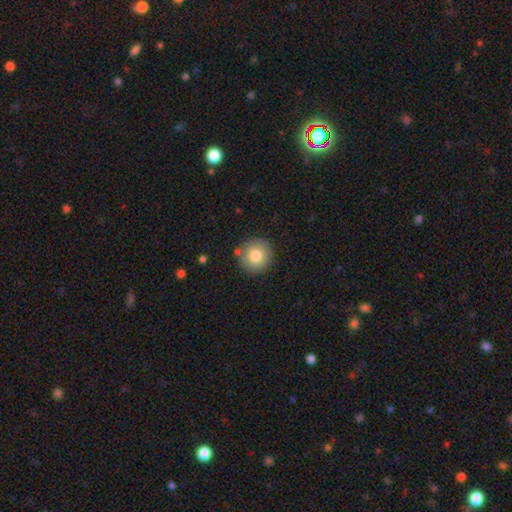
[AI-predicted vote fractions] Smooth or featured: smooth — 79% (featured or disk — 12%)
How rounded: round — 95% (in between — 4%)
Merging: none — 86% (minor disturbance — 8%)